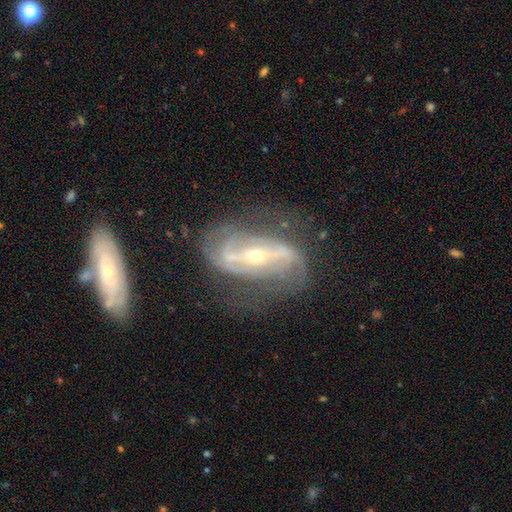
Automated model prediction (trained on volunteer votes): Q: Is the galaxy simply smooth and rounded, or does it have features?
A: featured or disk — 86%.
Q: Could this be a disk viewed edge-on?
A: no — 90%.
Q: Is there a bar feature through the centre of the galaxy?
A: strong — 61%.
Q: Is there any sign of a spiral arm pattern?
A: yes — 89%.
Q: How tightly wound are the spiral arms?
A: medium — 40%.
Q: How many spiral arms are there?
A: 2 — 79%.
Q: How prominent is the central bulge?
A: small — 62%.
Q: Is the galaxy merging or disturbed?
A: none — 59%.